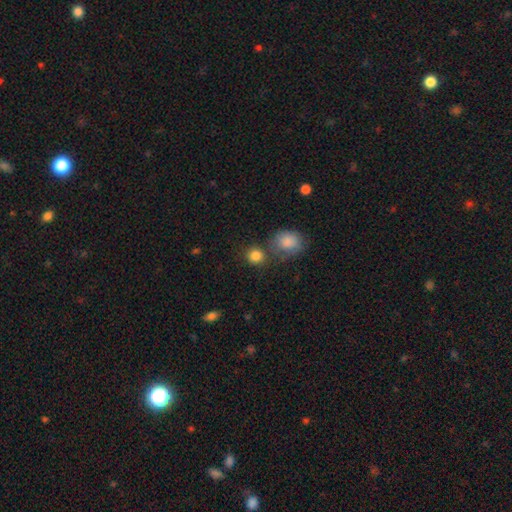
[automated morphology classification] This is clearly a smooth galaxy (85%). How rounded: clearly round (86%). Merging: likely none (66%).